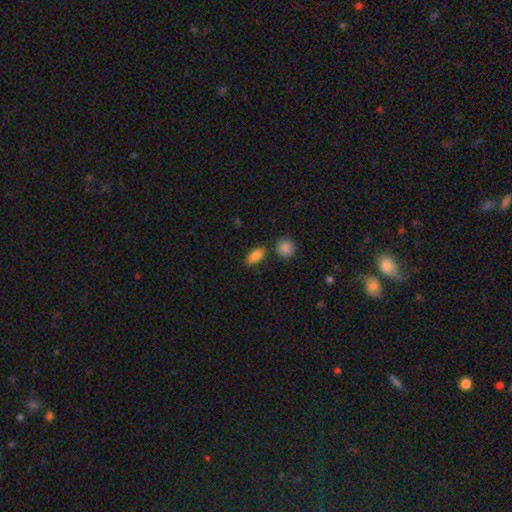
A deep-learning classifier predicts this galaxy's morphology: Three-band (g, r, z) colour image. It shows a smooth galaxy with no disk features (86%) that is in between round and cigar-shaped (87%). Merging: none (79%).